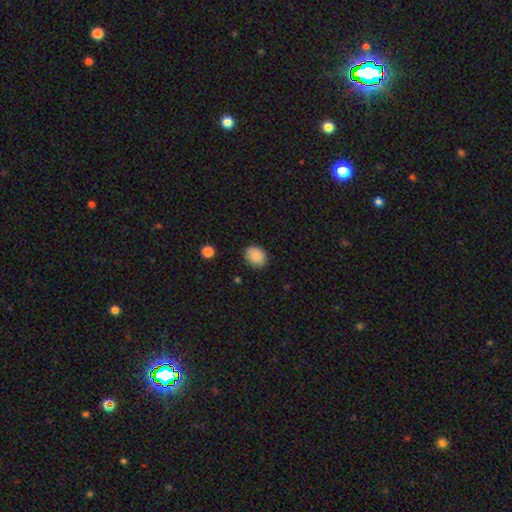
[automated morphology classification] The model was most divided on "how rounded": in between: 50%, round: 49%, cigar-shaped: 1%. More confident: smooth or featured — smooth (87%); merging — none (82%).